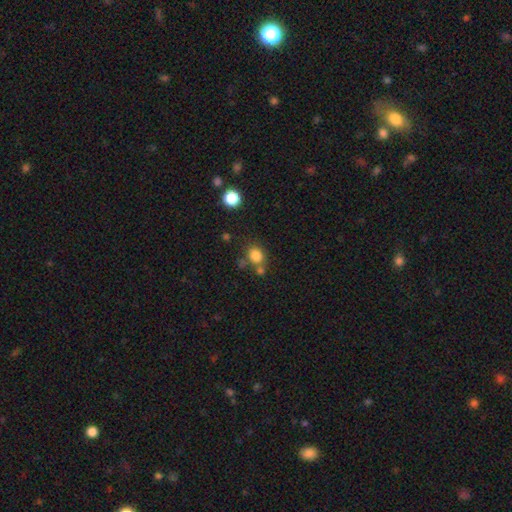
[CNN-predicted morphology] A smooth galaxy with no disk features (81%) that is round (59%).

Vote fractions:
- Smooth or featured? smooth: 81% / star or artifact: 12% / featured or disk: 6%
- How rounded? round: 59% / in between: 40% / cigar-shaped: 1%
- Merging? none: 60% / merger: 21% / minor disturbance: 13% / major disturbance: 6%